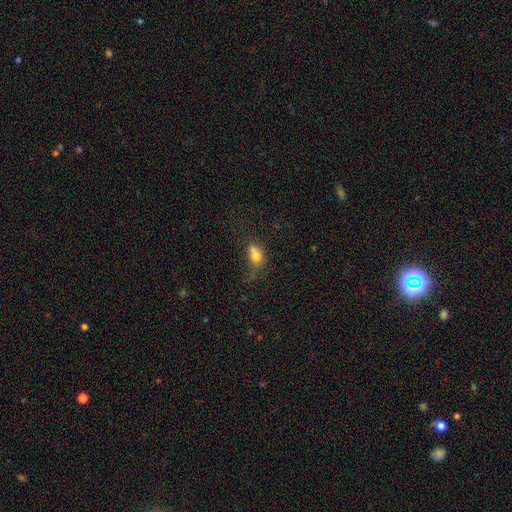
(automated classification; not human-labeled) Q: Smooth or featured?
A: smooth (70%); runner-up: featured or disk (17%)
Q: How rounded?
A: in between (62%); runner-up: round (34%)
Q: Merging?
A: merger (38%); runner-up: none (27%)